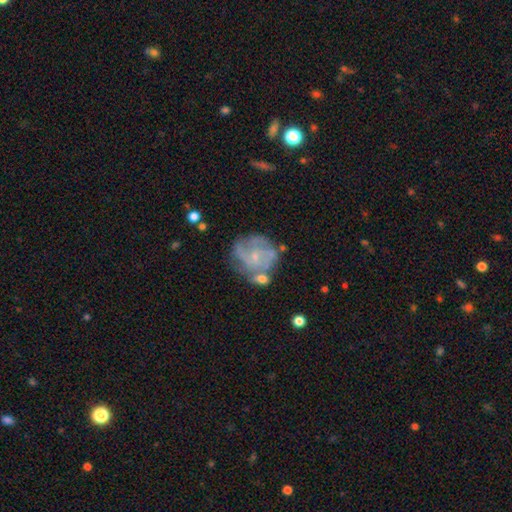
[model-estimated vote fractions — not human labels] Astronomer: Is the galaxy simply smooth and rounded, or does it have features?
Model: featured or disk — 73%.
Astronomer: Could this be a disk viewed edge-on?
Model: no — 98%.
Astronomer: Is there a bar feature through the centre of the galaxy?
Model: no — 69%.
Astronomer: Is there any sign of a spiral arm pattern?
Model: yes — 80%.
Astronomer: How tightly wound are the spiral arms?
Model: tight — 43% (runner-up: medium, 40%).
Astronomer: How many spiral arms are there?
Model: can't tell — 36% (runner-up: 3, 26%).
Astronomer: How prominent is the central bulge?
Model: small — 74%.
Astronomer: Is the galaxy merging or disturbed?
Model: none — 54%.